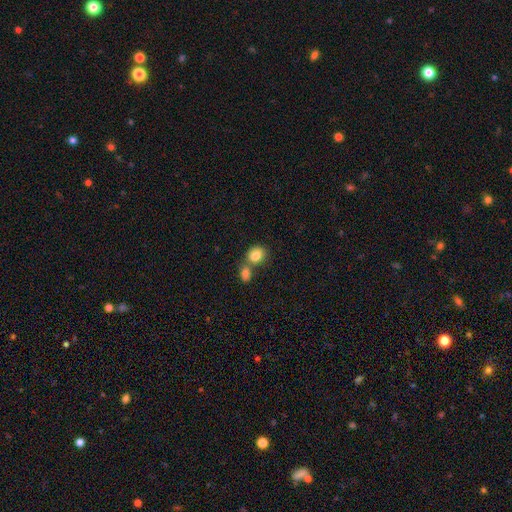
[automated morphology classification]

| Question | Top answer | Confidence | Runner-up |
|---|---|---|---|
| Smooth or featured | smooth | 83% | star or artifact (9%) |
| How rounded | round | 59% | in between (40%) |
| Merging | merger | 44% | tied: none (44%) |